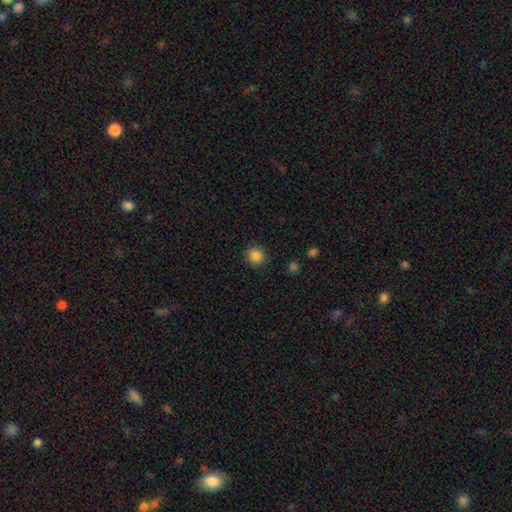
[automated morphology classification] The model was most divided on "smooth or featured": smooth: 86%, star or artifact: 11%, featured or disk: 3%. More confident: how rounded — round (94%); merging — none (91%).